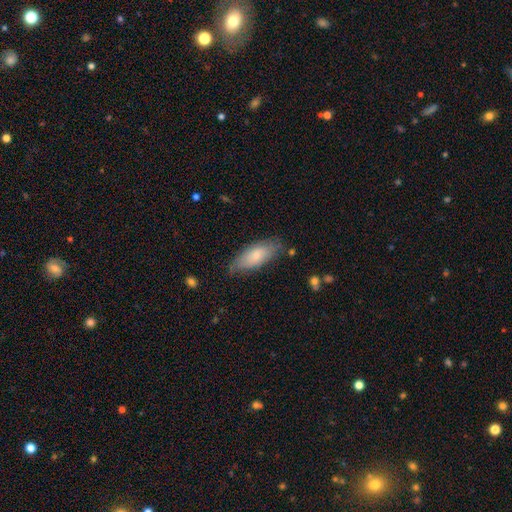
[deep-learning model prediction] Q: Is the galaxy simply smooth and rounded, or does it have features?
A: smooth — 70%.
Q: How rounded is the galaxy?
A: in between — 78%.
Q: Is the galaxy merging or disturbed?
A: none — 70%.